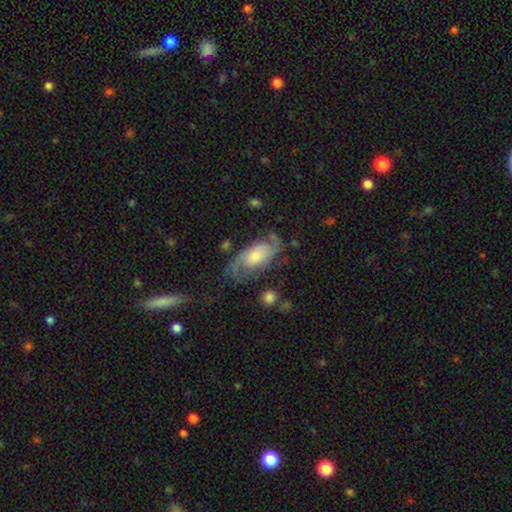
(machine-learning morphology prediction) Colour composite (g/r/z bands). It shows a featured or disk galaxy (69%) with no bar (71%), 2 (75%) medium (43%) spiral arms (89%) and a moderate central bulge (47%). Merging: none (60%).